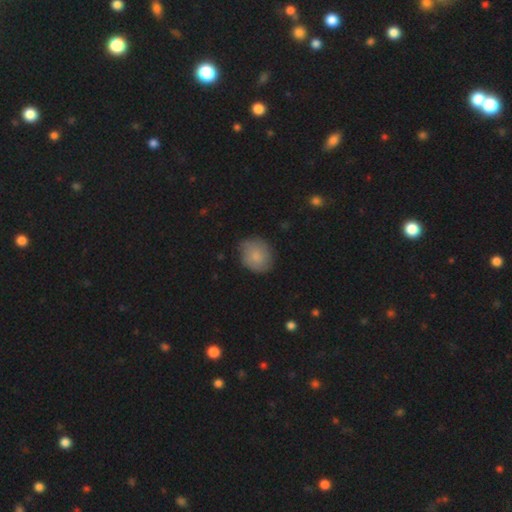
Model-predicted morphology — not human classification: Smooth or featured? smooth (77%)
How rounded? round (64%)
Merging? none (70%)